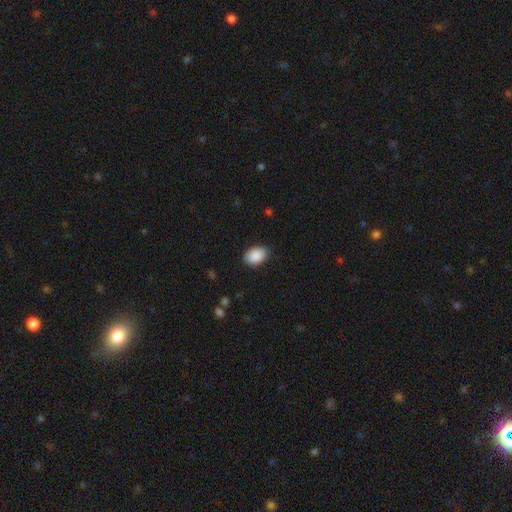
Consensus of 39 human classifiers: Volunteers were most divided on "merging": none: 69%, minor disturbance: 22%, merger: 6%, major disturbance: 3%. More confident: smooth or featured — smooth (90%); how rounded — in between (83%).